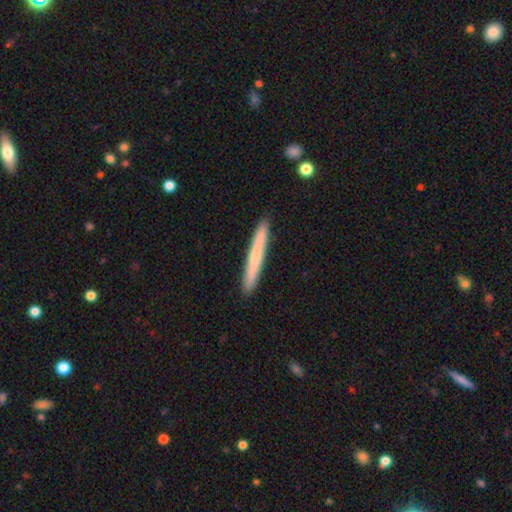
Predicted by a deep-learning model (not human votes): smooth 62%, featured or disk 33%, star or artifact 5%. Down the decision tree: how rounded — cigar-shaped (97%); merging — none (92%).